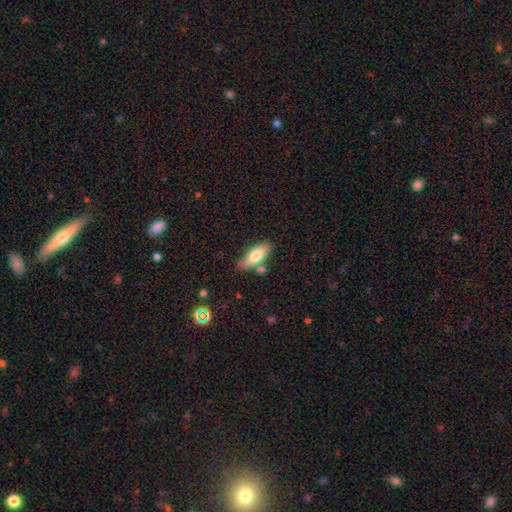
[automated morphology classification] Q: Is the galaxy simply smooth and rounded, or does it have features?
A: smooth — 73%.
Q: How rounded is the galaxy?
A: in between — 74%.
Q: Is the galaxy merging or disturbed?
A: none — 68%.